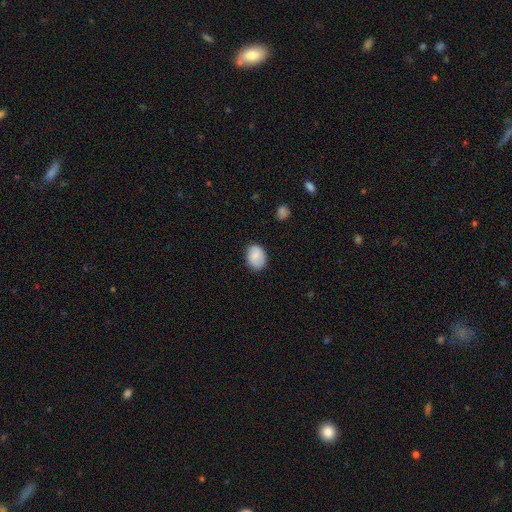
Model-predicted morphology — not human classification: type=smooth (80%); roundness=in between (71%); merging=none (81%).